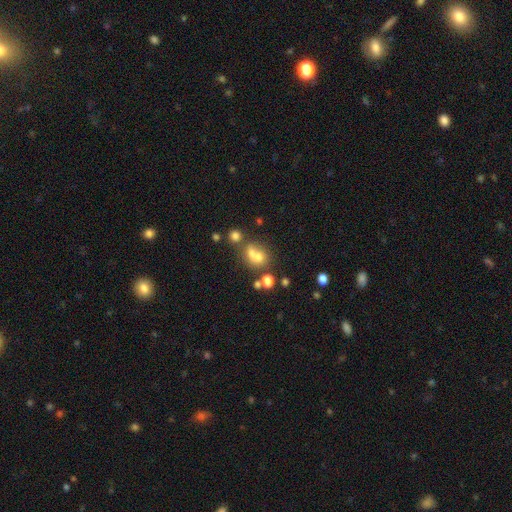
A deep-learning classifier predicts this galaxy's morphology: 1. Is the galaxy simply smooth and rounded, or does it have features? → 64% smooth, 19% featured or disk, 17% star or artifact.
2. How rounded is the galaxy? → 64% round, 35% in between, 1% cigar-shaped.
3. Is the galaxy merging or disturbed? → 52% merger, 33% none, 9% minor disturbance, 6% major disturbance.